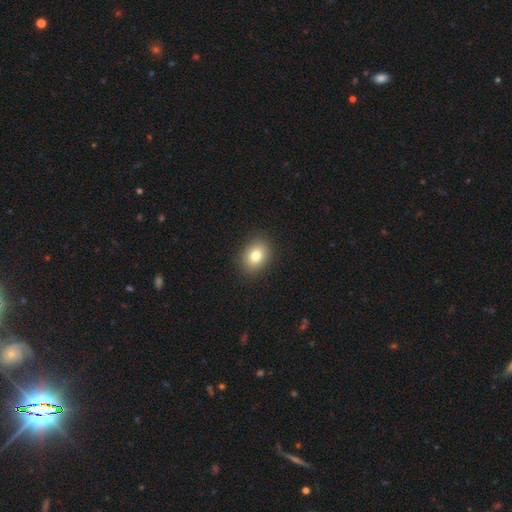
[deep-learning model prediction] Q: Smooth or featured?
A: smooth (80%); runner-up: star or artifact (10%)
Q: How rounded?
A: in between (58%); runner-up: round (41%)
Q: Merging?
A: none (90%); runner-up: minor disturbance (7%)